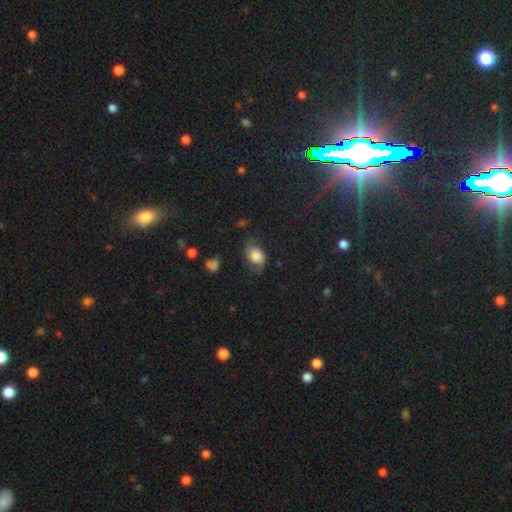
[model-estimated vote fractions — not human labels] Smooth or featured?
  - smooth: 51% *
  - featured or disk: 37%
  - star or artifact: 11%
How rounded?
  - in between: 75% *
  - round: 24%
  - cigar-shaped: 2%
Merging?
  - none: 61% *
  - minor disturbance: 24%
  - major disturbance: 13%
  - merger: 2%